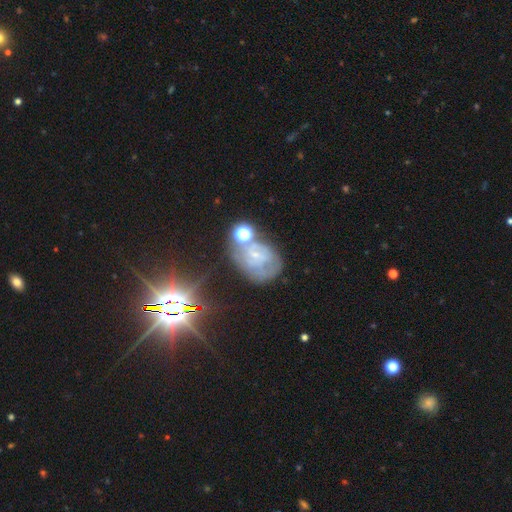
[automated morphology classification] Overall: featured or disk (57%; star or artifact 22%). Edge-on disk: no (96%). Bar: no (64%; weak 29%). Spiral arms: yes (70%; no 30%). Bulge size: small (75%). Merging: none (47%; minor disturbance 22%).